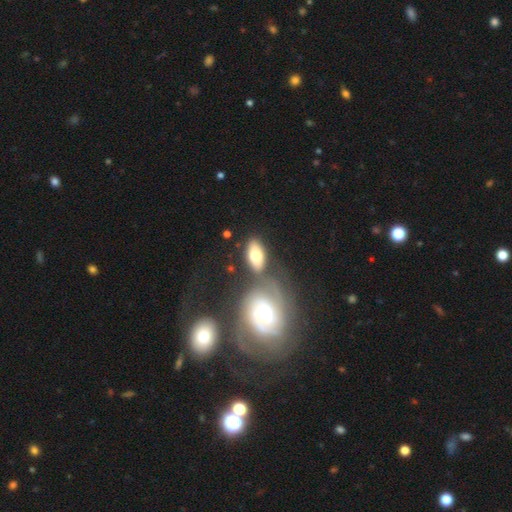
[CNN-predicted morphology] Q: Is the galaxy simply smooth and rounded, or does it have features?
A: smooth — 68%.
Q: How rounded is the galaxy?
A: in between — 89%.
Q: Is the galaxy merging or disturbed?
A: none — 59%.